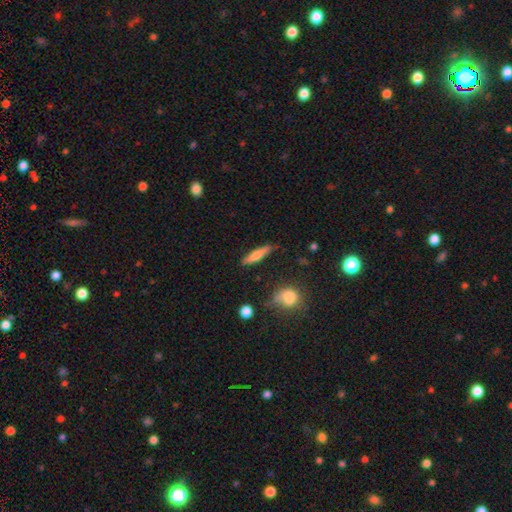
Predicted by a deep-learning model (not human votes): smooth 61%, featured or disk 32%, star or artifact 7%. Down the decision tree: how rounded — cigar-shaped (82%); merging — none (80%).